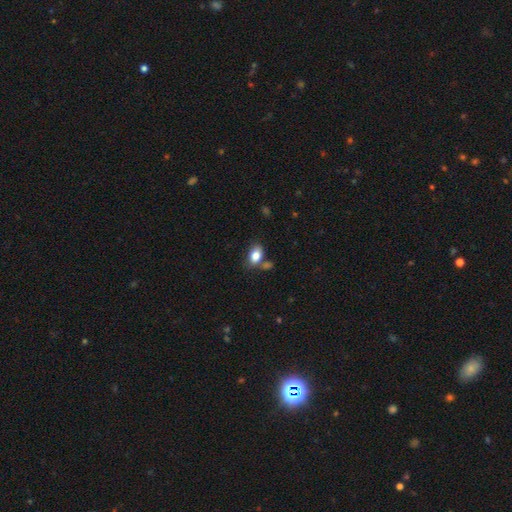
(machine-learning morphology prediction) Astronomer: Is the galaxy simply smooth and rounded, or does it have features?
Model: smooth — 83%.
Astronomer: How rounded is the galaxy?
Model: in between — 84%.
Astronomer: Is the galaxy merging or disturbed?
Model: none — 65%.